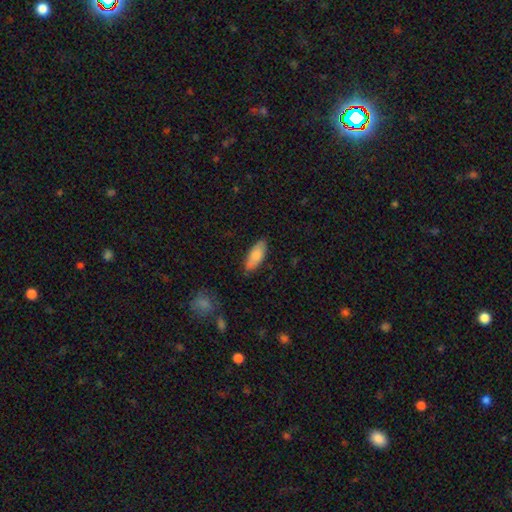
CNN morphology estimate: A smooth galaxy with no disk features (82%) that is in between round and cigar-shaped (76%).

Vote fractions:
- Smooth or featured? smooth: 82% / featured or disk: 12% / star or artifact: 6%
- How rounded? in between: 76% / cigar-shaped: 23% / round: 2%
- Merging? none: 83% / minor disturbance: 13% / major disturbance: 2% / merger: 1%